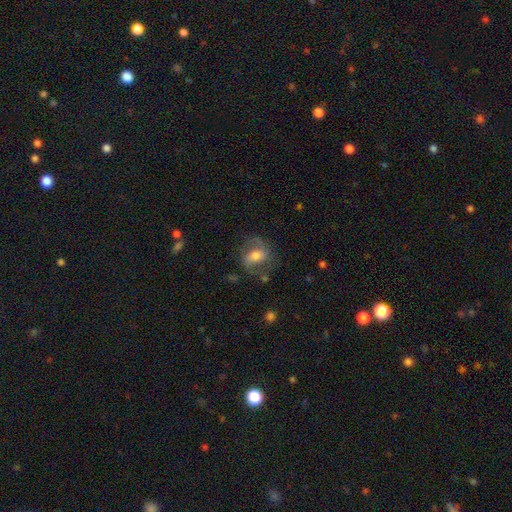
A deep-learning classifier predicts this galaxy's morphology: type=featured or disk (56%); edge-on=no (95%); bar=weak (41%); spiral arms=yes (81%); bulge=moderate (58%); merging=none (65%).